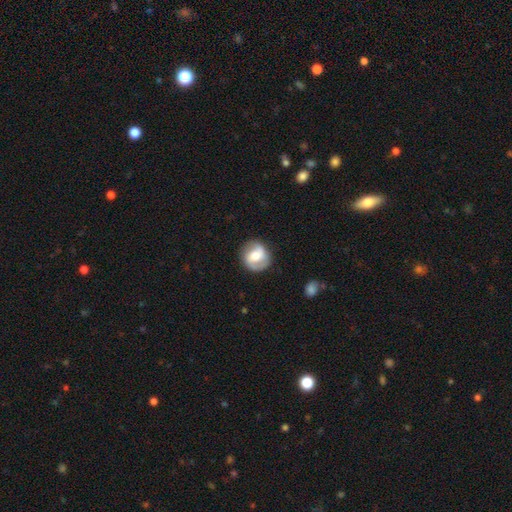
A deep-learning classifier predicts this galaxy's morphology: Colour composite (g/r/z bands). It shows a featured or disk galaxy (62%) with a weak bar (43%), 2 (86%) medium (44%) spiral arms (84%) and a moderate central bulge (54%). Merging: none (82%).